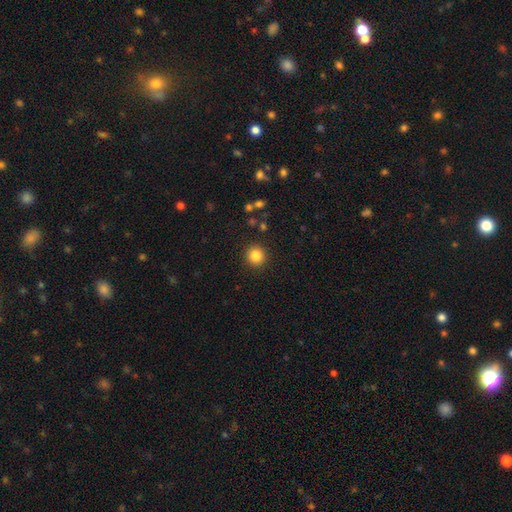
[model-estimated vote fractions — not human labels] Overall: smooth (84%). How rounded: round (94%). Merging: none (91%).